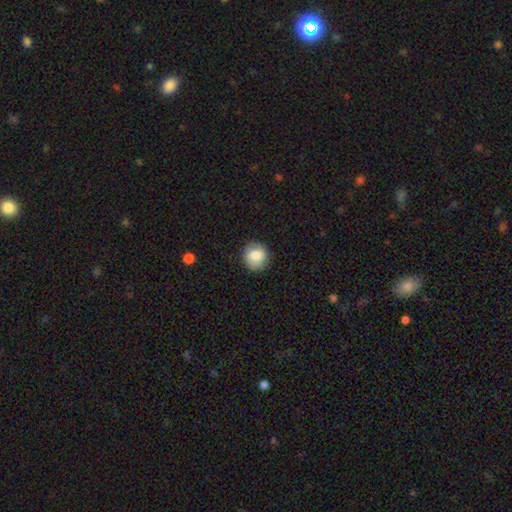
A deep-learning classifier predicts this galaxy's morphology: Q: Smooth or featured?
A: smooth (82%); runner-up: featured or disk (10%)
Q: How rounded?
A: round (88%); runner-up: in between (11%)
Q: Merging?
A: none (86%); runner-up: minor disturbance (10%)